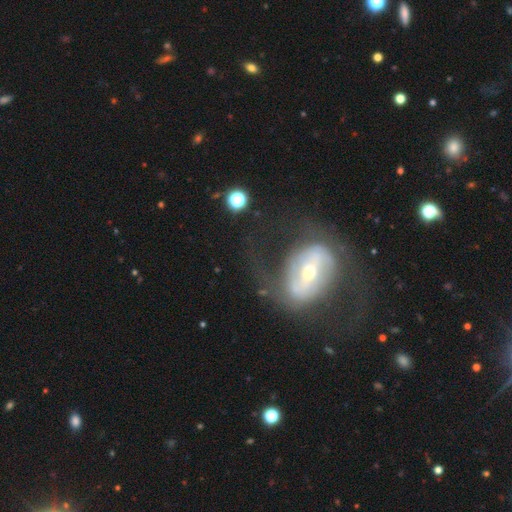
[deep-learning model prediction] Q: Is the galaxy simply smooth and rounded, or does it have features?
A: featured or disk — 72%.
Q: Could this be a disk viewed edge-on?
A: no — 93%.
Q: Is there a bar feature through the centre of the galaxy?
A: strong — 36%.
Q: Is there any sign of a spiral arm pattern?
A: yes — 71%.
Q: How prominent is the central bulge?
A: small — 47%.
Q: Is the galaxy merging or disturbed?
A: none — 66%.